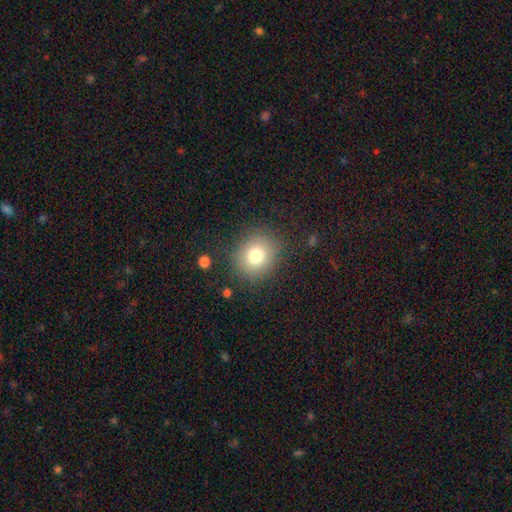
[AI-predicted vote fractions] Smooth or featured? smooth (77%)
How rounded? round (78%)
Merging? none (85%)